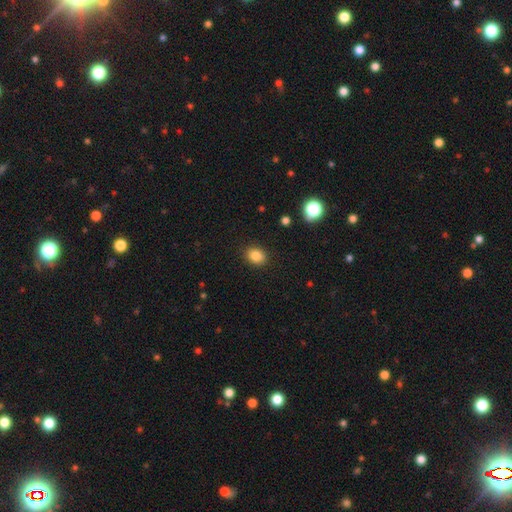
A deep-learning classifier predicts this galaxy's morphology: smooth 84%, star or artifact 11%, featured or disk 5%. Down the decision tree: how rounded — round (50%); merging — none (88%).